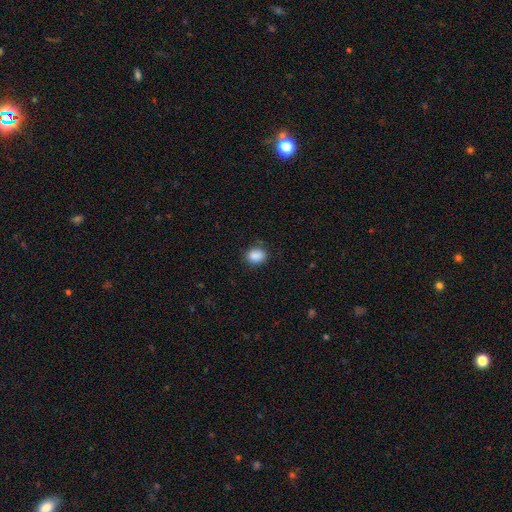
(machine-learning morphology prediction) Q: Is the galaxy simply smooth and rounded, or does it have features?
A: smooth — 88%.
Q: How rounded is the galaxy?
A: round — 51%.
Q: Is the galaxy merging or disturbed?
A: none — 85%.